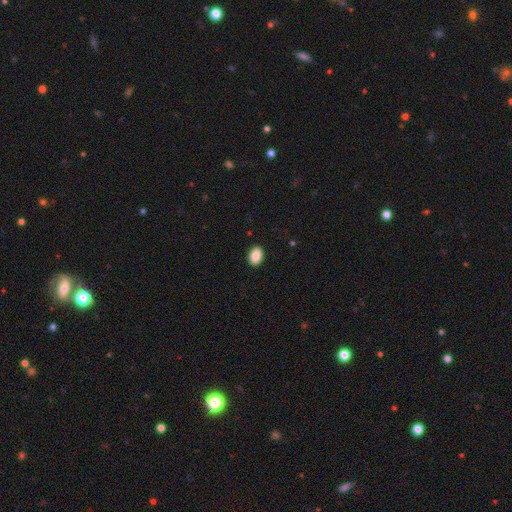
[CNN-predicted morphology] Smooth or featured? smooth (89%)
How rounded? in between (86%)
Merging? none (91%)